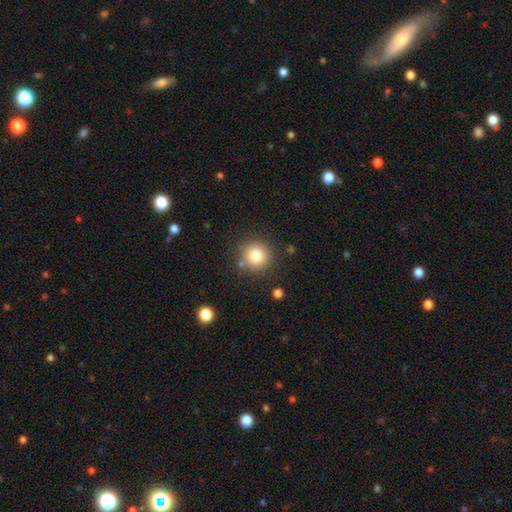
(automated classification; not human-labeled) A smooth galaxy with no disk features (81%) that is round (93%).

Vote fractions:
- Smooth or featured? smooth: 81% / star or artifact: 12% / featured or disk: 8%
- How rounded? round: 93% / in between: 6% / cigar-shaped: 1%
- Merging? none: 85% / minor disturbance: 9% / merger: 4% / major disturbance: 3%